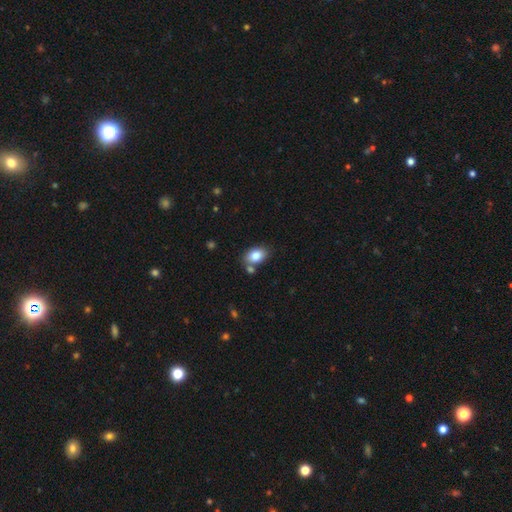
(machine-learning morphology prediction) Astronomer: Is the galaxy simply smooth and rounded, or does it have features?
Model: smooth — 81%.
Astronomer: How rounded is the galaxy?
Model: in between — 81%.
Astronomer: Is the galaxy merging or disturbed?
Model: none — 71%.